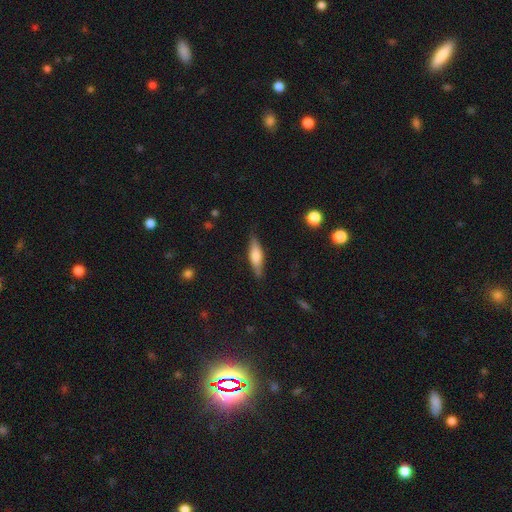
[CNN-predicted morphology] A smooth galaxy with no disk features (56%) that is cigar-shaped (61%). Merging: none (82%).